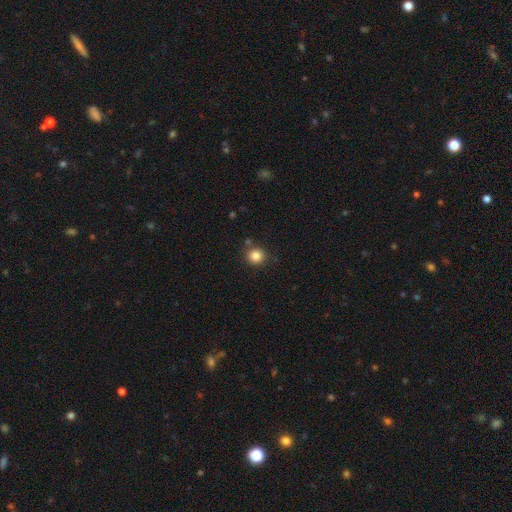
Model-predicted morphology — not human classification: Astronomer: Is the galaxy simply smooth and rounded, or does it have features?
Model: smooth — 84%.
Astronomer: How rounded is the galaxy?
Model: round — 91%.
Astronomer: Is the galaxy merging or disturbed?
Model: none — 81%.